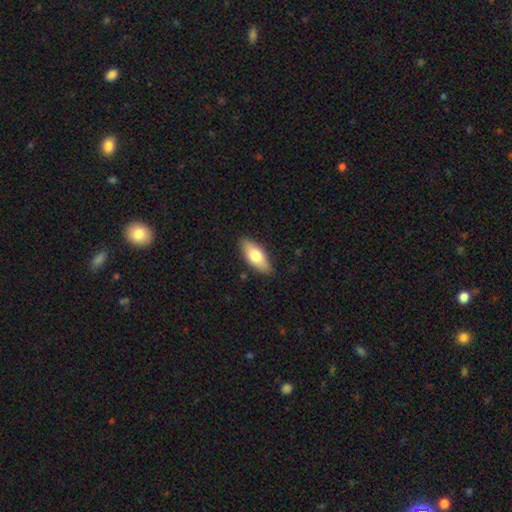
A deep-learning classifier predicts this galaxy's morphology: Overall: smooth (72%). How rounded: in between (83%). Merging: none (86%).